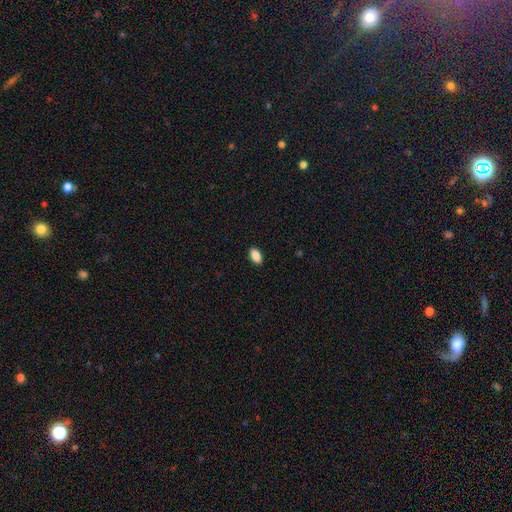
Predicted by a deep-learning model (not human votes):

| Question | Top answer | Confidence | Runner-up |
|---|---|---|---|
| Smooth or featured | smooth | 88% | star or artifact (8%) |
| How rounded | in between | 92% | round (4%) |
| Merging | none | 90% | minor disturbance (7%) |